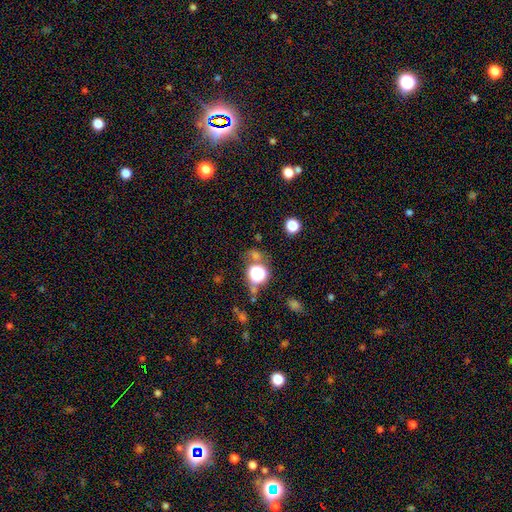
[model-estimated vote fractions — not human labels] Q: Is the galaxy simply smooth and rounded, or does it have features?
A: star or artifact — 47%.